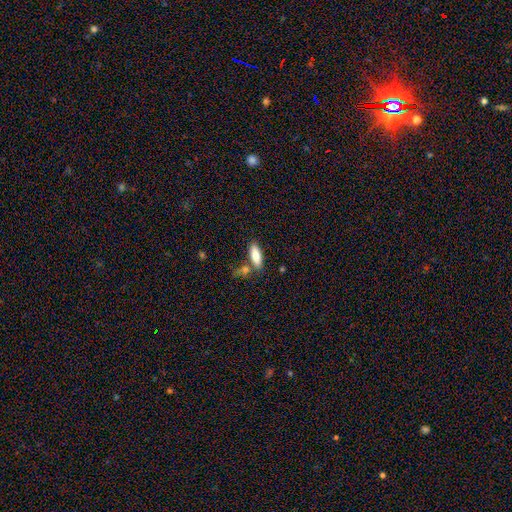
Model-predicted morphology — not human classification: This appears to be a smooth galaxy with no disk features (80%) that is in between round and cigar-shaped (64%). Merging: none (68%).